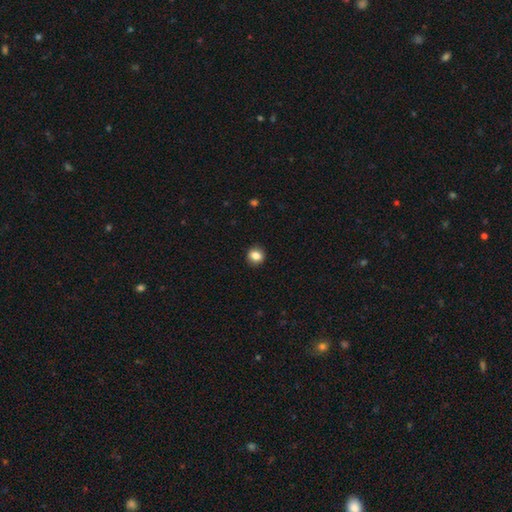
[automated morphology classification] A smooth galaxy with no disk features (83%) that is round (80%).

Vote fractions:
- Smooth or featured? smooth: 83% / star or artifact: 10% / featured or disk: 7%
- How rounded? round: 80% / in between: 19% / cigar-shaped: 1%
- Merging? none: 91% / minor disturbance: 6% / major disturbance: 2% / merger: 1%